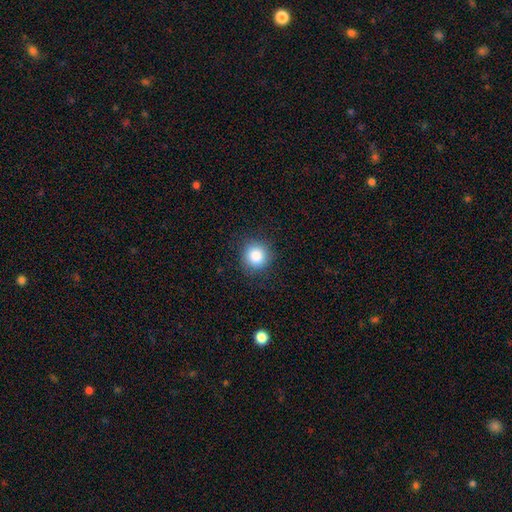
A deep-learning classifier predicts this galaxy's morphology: This appears to be a smooth galaxy with no disk features (85%) that is round (92%). Merging: none (88%).